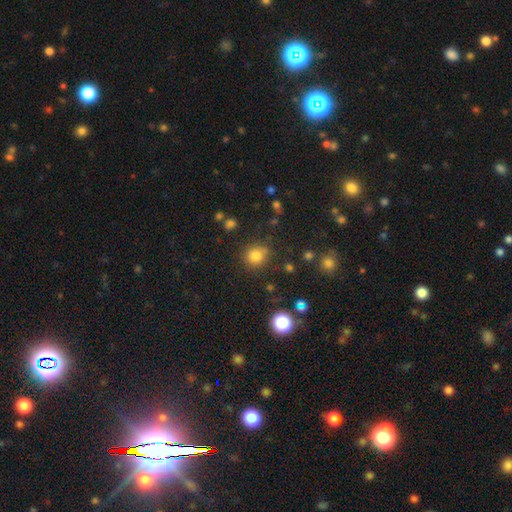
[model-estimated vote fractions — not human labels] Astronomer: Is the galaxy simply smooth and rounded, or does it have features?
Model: smooth — 81%.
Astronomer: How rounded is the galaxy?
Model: round — 85%.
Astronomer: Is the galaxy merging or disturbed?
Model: none — 80%.